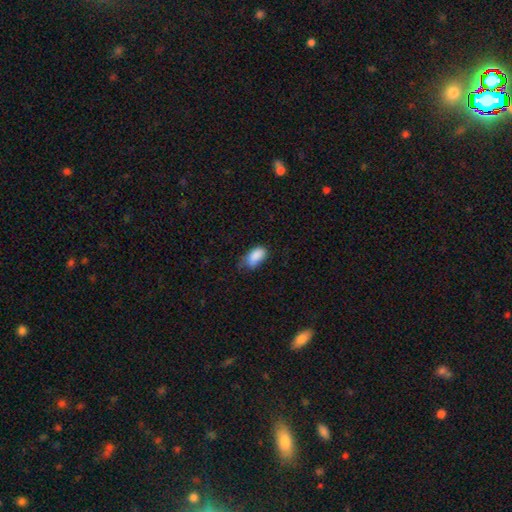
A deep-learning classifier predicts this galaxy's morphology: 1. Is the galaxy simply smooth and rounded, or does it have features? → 87% smooth, 7% star or artifact, 5% featured or disk.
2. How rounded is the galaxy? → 93% in between, 4% round, 3% cigar-shaped.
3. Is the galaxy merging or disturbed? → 48% none, 40% minor disturbance, 10% major disturbance, 2% merger.